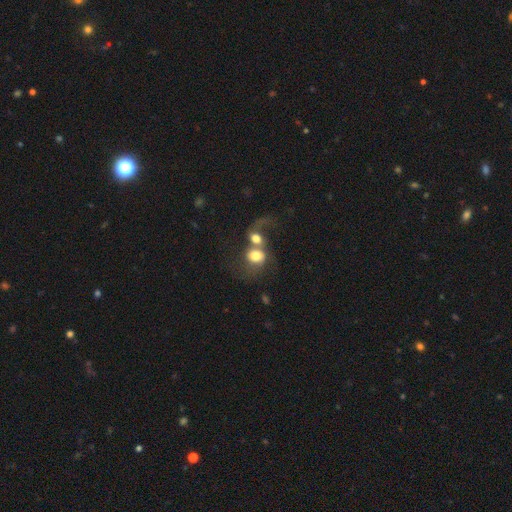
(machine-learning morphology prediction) This is likely a smooth galaxy (61%). How rounded: likely round (61%). Merging: likely merger (74%).